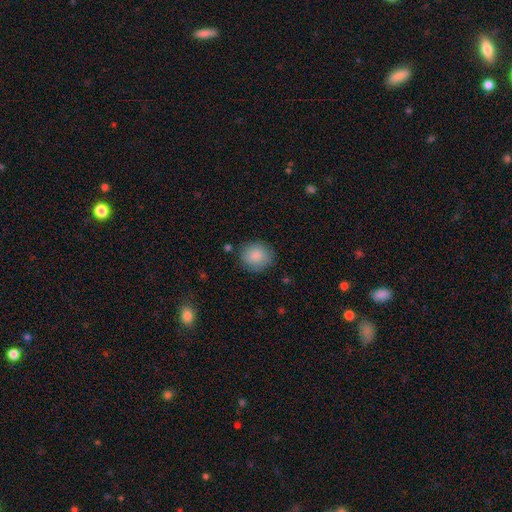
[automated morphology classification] The model was most divided on "how rounded": round: 79%, in between: 20%, cigar-shaped: 1%. More confident: smooth or featured — smooth (87%); merging — none (81%).